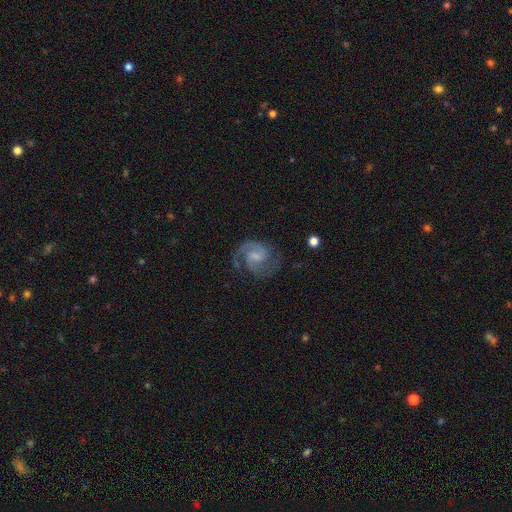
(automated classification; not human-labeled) Smooth or featured? featured or disk (88%)
Edge-on disk? no (98%)
Bar? weak (57%)
Spiral arms? yes (97%)
Spiral winding? medium (56%)
Spiral arm count? 2 (85%)
Bulge size? small (38%)
Merging? none (71%)